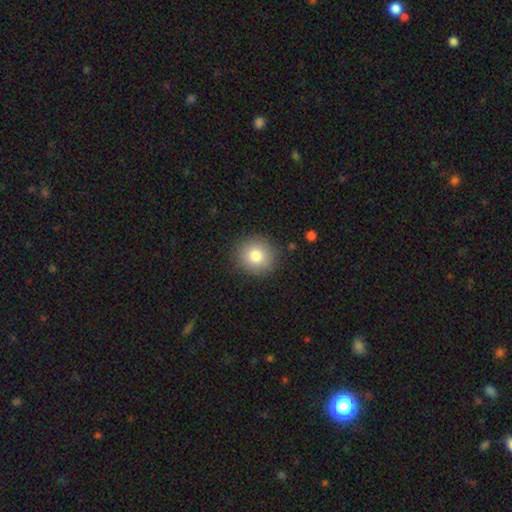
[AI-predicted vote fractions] Morphology: type=smooth (81%); roundness=round (89%); merging=none (89%).